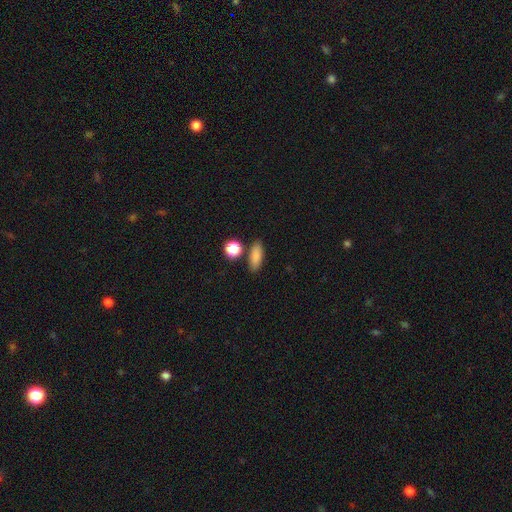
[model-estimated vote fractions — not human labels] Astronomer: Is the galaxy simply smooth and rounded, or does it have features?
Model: smooth — 85%.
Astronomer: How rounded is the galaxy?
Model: in between — 67%.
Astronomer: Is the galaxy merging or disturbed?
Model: none — 78%.